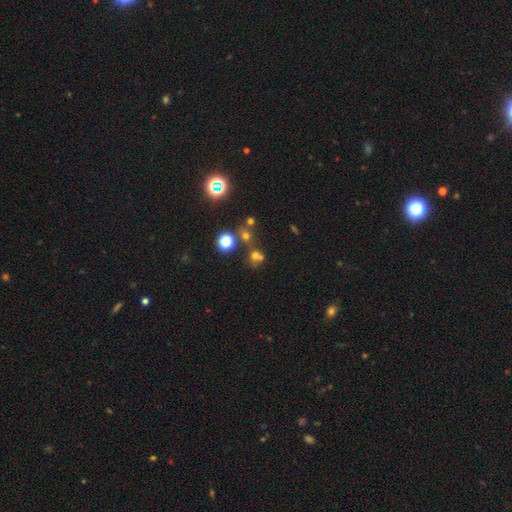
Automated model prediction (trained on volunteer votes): smooth-or-featured: smooth: 57% | star or artifact: 31% | featured or disk: 12%
  how-rounded: round: 81% | in between: 17% | cigar-shaped: 1%
  merging: none: 51% | merger: 36% | minor disturbance: 8% | major disturbance: 5%